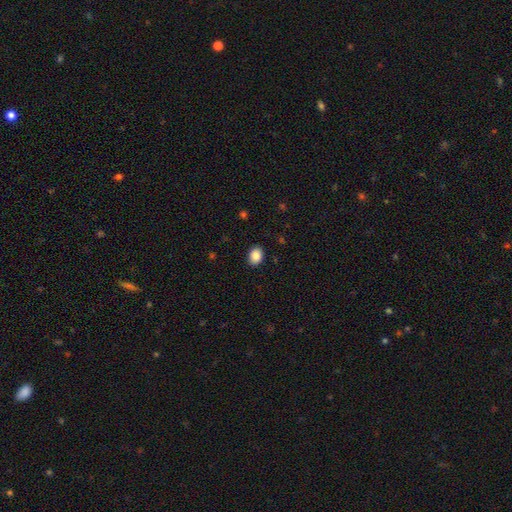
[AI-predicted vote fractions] A smooth galaxy with no disk features (89%) that is in between round and cigar-shaped (70%).

Vote fractions:
- Smooth or featured? smooth: 89% / star or artifact: 8% / featured or disk: 3%
- How rounded? in between: 70% / round: 29% / cigar-shaped: 1%
- Merging? none: 89% / minor disturbance: 8% / major disturbance: 2% / merger: 1%